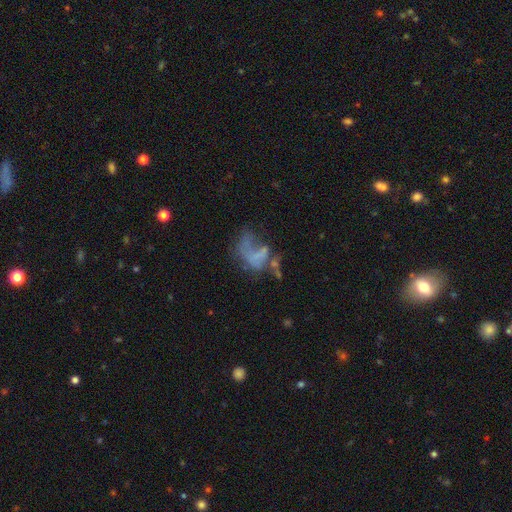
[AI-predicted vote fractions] The model was most divided on "smooth or featured": featured or disk: 50%, smooth: 33%, star or artifact: 17%. Remaining: edge-on disk — no (97%); merging — major disturbance (48%).